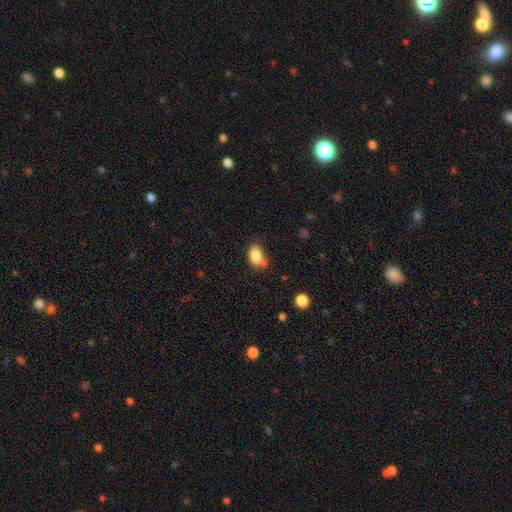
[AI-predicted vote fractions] smooth 83%, star or artifact 9%, featured or disk 8%. Down the decision tree: how rounded — in between (82%); merging — none (50%).